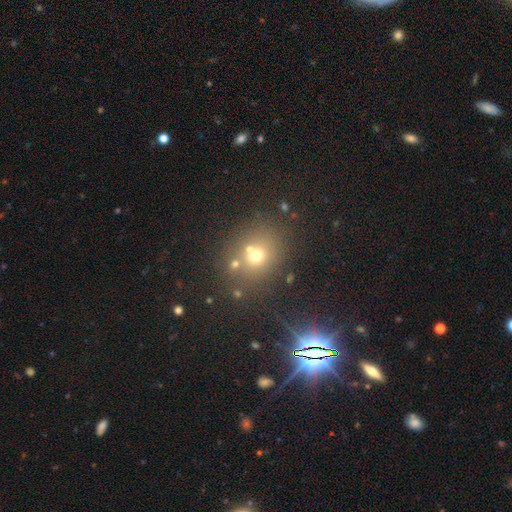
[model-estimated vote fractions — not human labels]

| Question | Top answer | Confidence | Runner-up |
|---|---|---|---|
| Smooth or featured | smooth | 60% | star or artifact (24%) |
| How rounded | round | 73% | in between (26%) |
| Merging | none | 65% | merger (19%) |